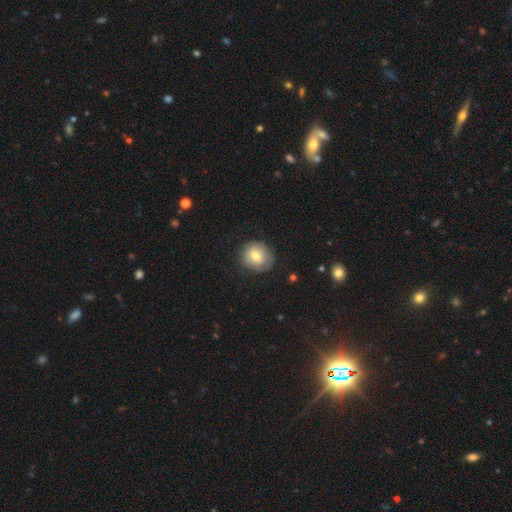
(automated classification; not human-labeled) This is likely a smooth galaxy (65%). How rounded: clearly round (80%). Merging: likely none (78%).